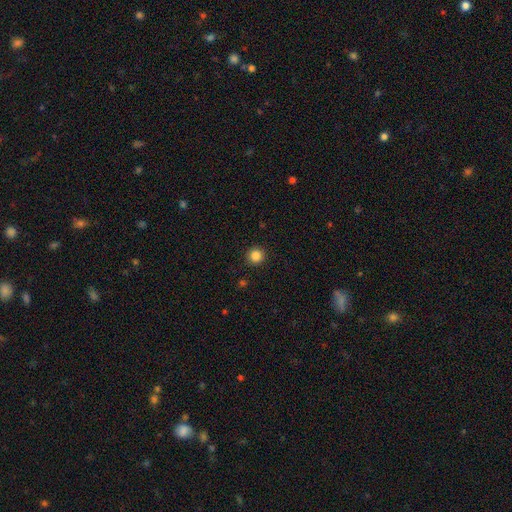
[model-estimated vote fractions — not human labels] This is clearly a smooth galaxy (85%). How rounded: clearly round (95%). Merging: clearly none (92%).